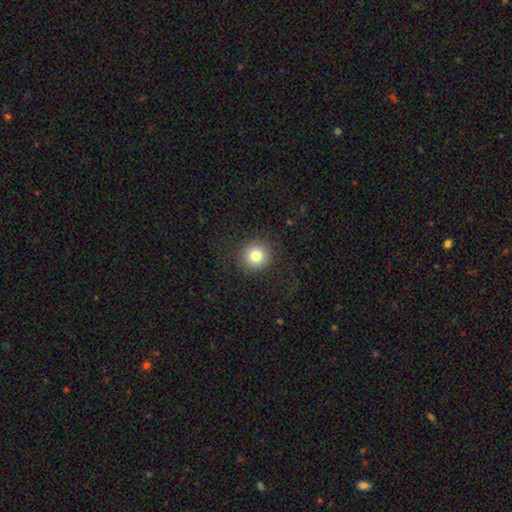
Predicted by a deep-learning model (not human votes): smooth 80%, star or artifact 11%, featured or disk 9%. Down the decision tree: how rounded — round (94%); merging — none (87%).